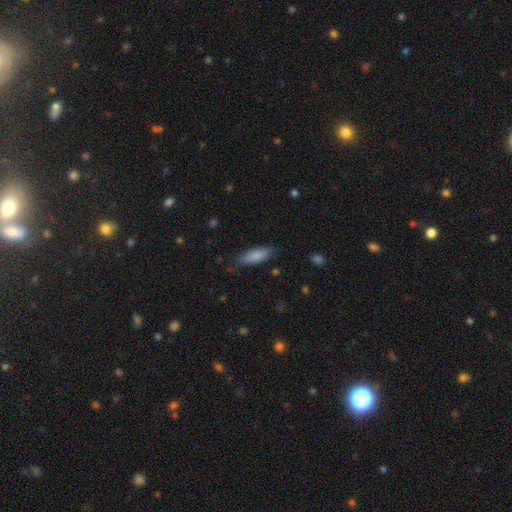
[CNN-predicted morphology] Smooth or featured?
  - smooth: 86% *
  - featured or disk: 8%
  - star or artifact: 6%
How rounded?
  - in between: 68% *
  - cigar-shaped: 31%
  - round: 2%
Merging?
  - none: 78% *
  - minor disturbance: 17%
  - major disturbance: 4%
  - merger: 1%